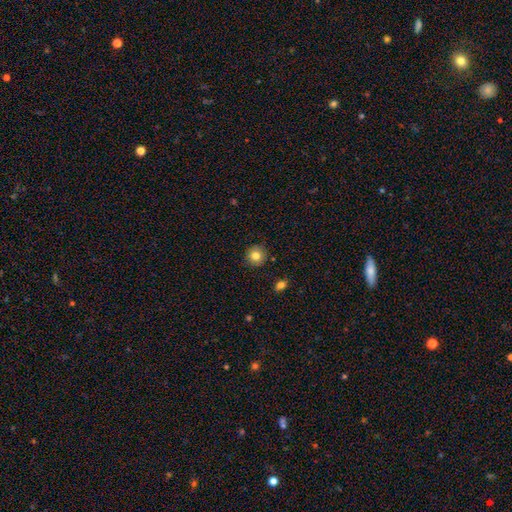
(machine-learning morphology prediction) A smooth galaxy with no disk features (81%) that is round (93%).

Vote fractions:
- Smooth or featured? smooth: 81% / star or artifact: 10% / featured or disk: 8%
- How rounded? round: 93% / in between: 6% / cigar-shaped: 1%
- Merging? none: 89% / minor disturbance: 8% / major disturbance: 2% / merger: 1%